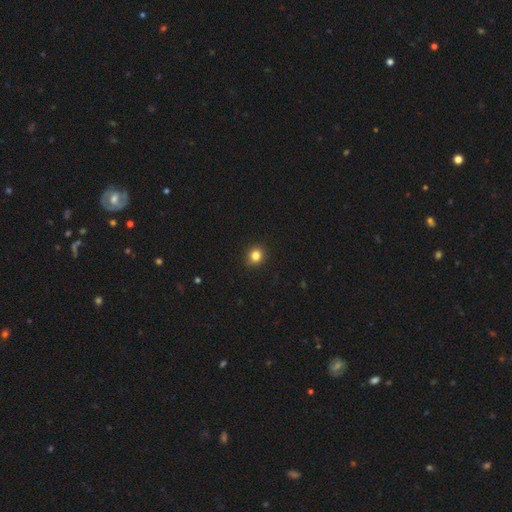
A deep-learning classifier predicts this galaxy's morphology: This appears to be a smooth galaxy with no disk features (83%) that is round (84%). Merging: none (89%).